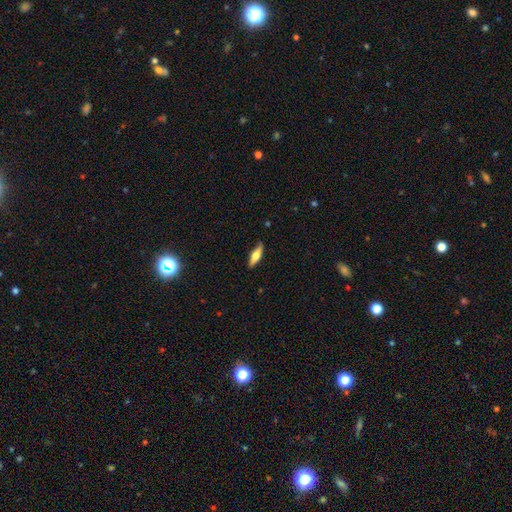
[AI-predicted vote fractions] Q: Smooth or featured?
A: smooth (60%); runner-up: featured or disk (34%)
Q: How rounded?
A: cigar-shaped (57%); runner-up: in between (41%)
Q: Merging?
A: none (81%); runner-up: minor disturbance (15%)